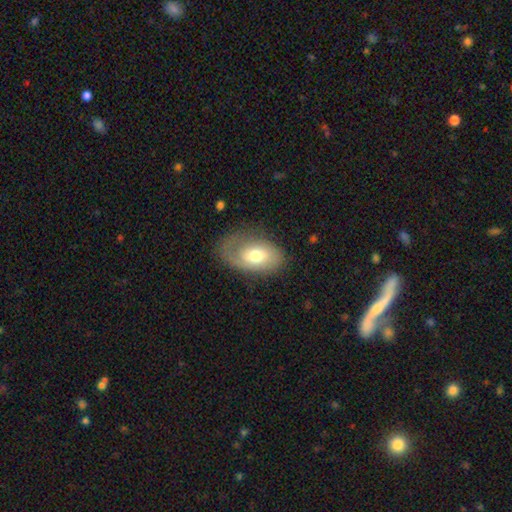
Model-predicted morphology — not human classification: Smooth or featured: smooth — 56% (featured or disk — 37%)
How rounded: in between — 90% (round — 9%)
Merging: none — 56% (minor disturbance — 25%)